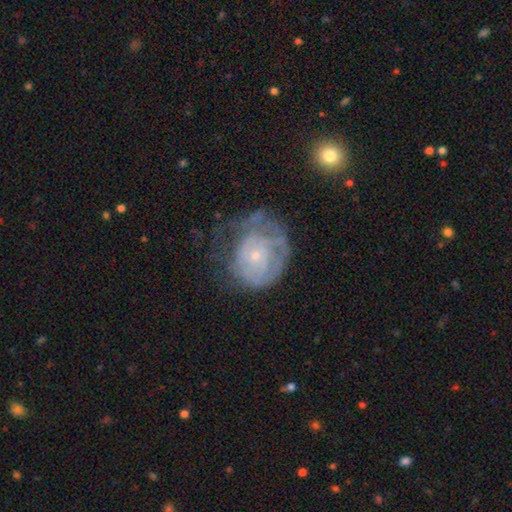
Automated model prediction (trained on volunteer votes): A featured or disk galaxy (64%) with no bar (82%), spiral arms (63%) and a small central bulge (79%).

Vote fractions:
- Smooth or featured? featured or disk: 64% / smooth: 27% / star or artifact: 9%
- Edge-on disk? no: 97% / yes: 3%
- Bar? no: 82% / weak: 15% / strong: 3%
- Spiral arms? yes: 63% / no: 37%
- Bulge size? small: 79% / moderate: 16% / none: 3% / large: 1% / dominant: 1%
- Merging? none: 41% / major disturbance: 30% / minor disturbance: 27% / merger: 2%